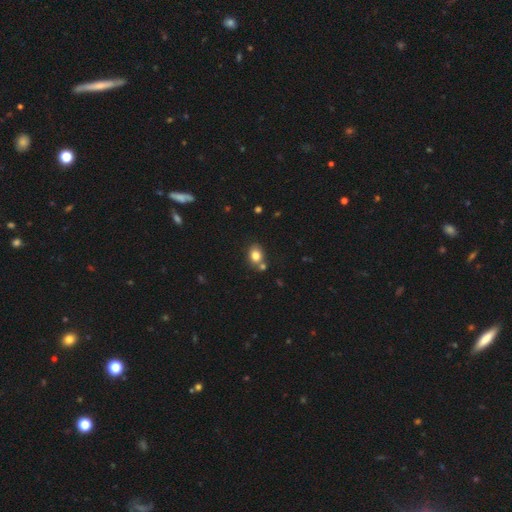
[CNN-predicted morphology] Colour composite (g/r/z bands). It shows a smooth galaxy with no disk features (81%) that is in between round and cigar-shaped (52%). Merging: none (64%).